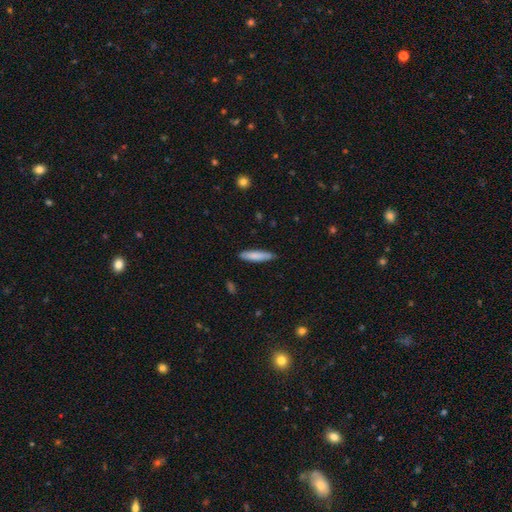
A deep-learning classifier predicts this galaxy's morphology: A smooth galaxy with no disk features (82%) that is cigar-shaped (82%). Merging: none (86%).